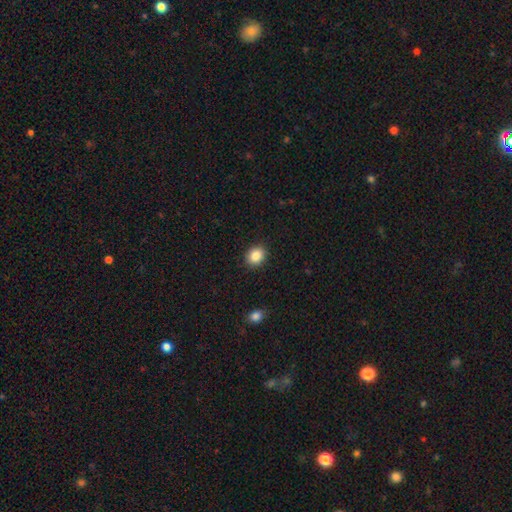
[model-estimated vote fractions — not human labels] Overall: smooth (86%). How rounded: round (61%; in between 38%). Merging: none (90%).